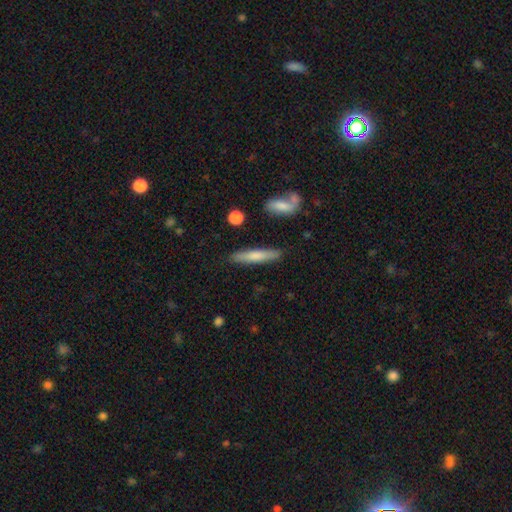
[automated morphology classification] type=smooth (67%); roundness=cigar-shaped (88%); merging=none (85%).